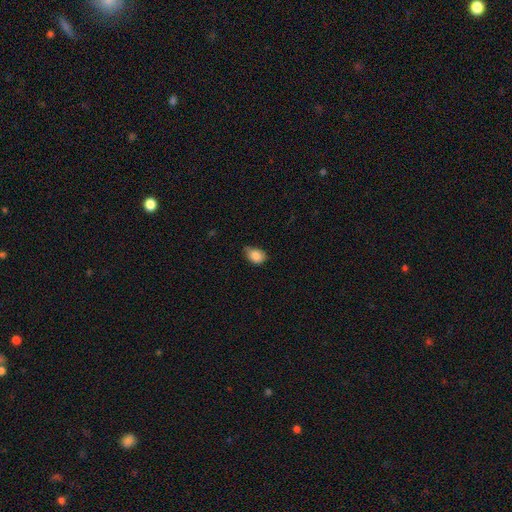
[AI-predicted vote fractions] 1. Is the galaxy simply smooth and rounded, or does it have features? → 85% smooth, 9% star or artifact, 6% featured or disk.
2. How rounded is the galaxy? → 67% in between, 32% round, 1% cigar-shaped.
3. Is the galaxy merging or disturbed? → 48% none, 43% minor disturbance, 7% major disturbance, 3% merger.